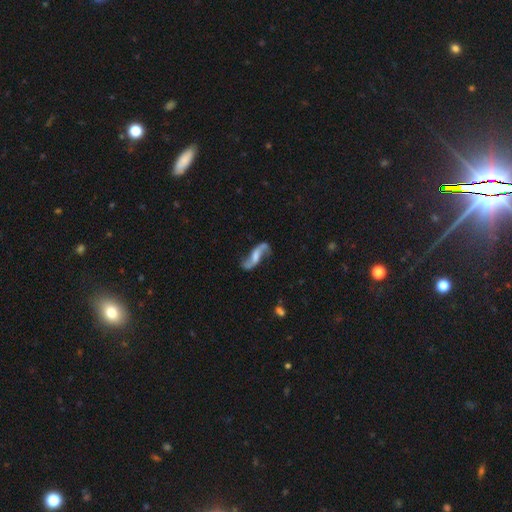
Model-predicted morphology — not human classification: Overall: featured or disk (83%). Edge-on disk: no (93%). Bar: weak (41%; no 34%). Spiral arms: yes (95%). Spiral arm count: 2 (93%). Spiral winding: loose (82%). Bulge size: none (34%; moderate 29%). Merging: none (70%).